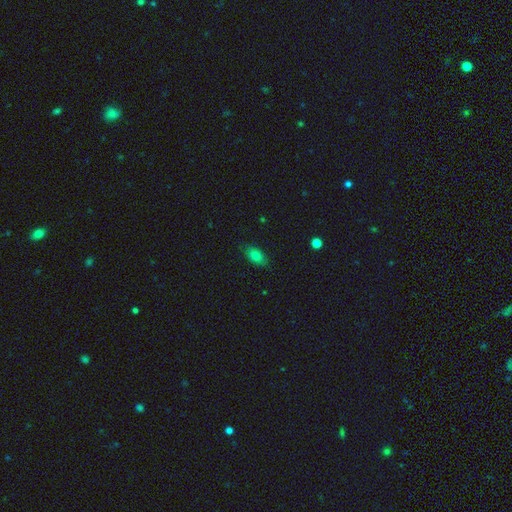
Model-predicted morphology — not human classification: Smooth or featured: smooth — 79% (featured or disk — 11%)
How rounded: in between — 89% (round — 7%)
Merging: none — 83% (minor disturbance — 13%)